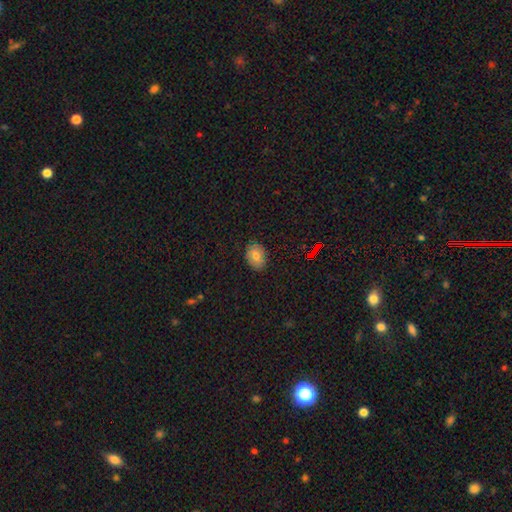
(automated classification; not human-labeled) Smooth or featured? smooth (73%)
How rounded? in between (74%)
Merging? none (85%)